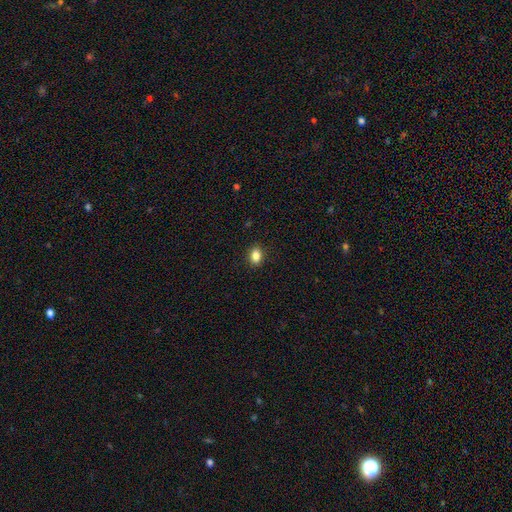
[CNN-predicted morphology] Q: Smooth or featured?
A: smooth (86%); runner-up: star or artifact (9%)
Q: How rounded?
A: in between (78%); runner-up: round (20%)
Q: Merging?
A: none (90%); runner-up: minor disturbance (7%)